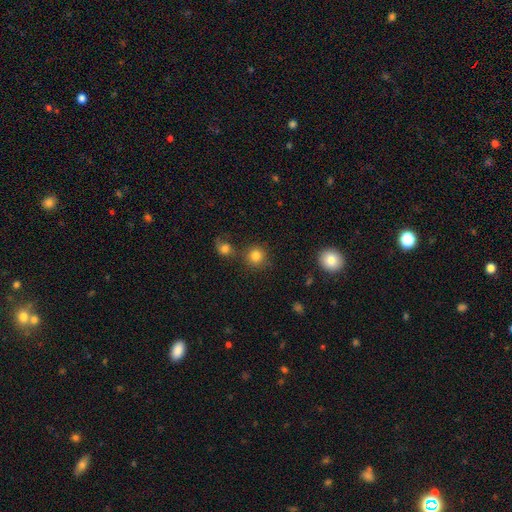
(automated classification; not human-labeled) This is clearly a smooth galaxy (82%). How rounded: clearly round (90%). Merging: likely none (69%).